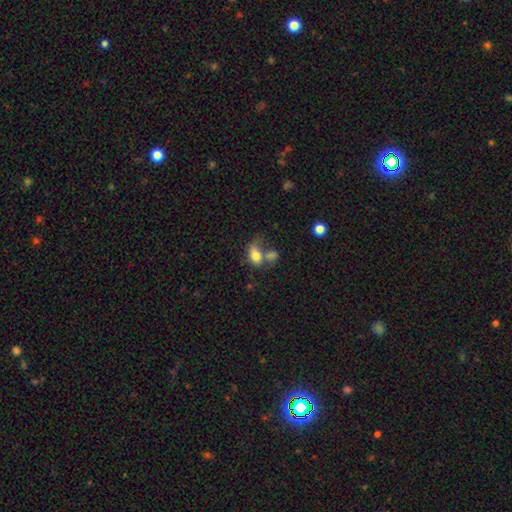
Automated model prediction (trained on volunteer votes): Morphology: type=smooth (76%); roundness=in between (80%); merging=merger (46%).